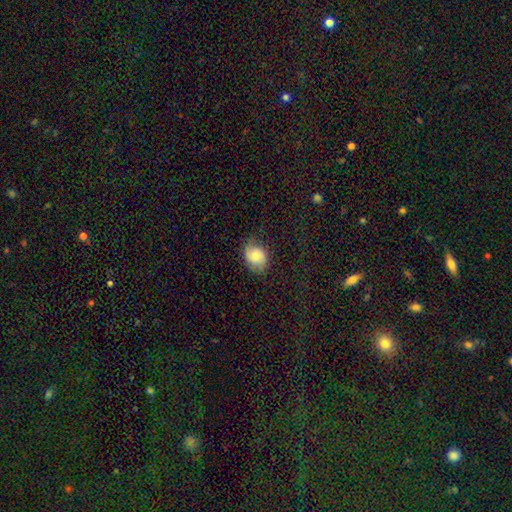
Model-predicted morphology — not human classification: This appears to be a smooth galaxy with no disk features (69%) that is in between round and cigar-shaped (61%). Merging: none (71%).